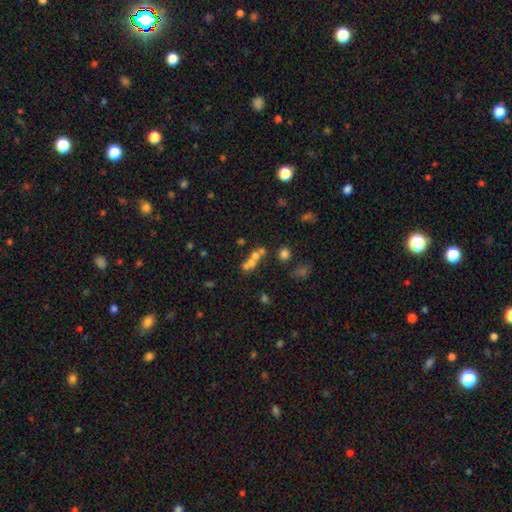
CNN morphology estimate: A smooth galaxy with no disk features (52%) that is round (66%). Merging: merger (55%).